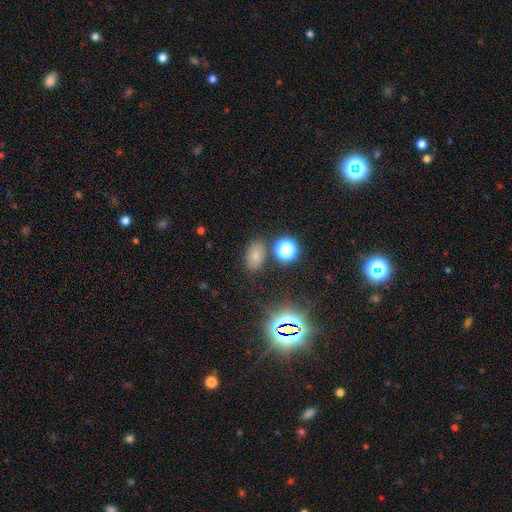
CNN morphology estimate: smooth-or-featured: smooth: 69% | star or artifact: 21% | featured or disk: 9%
  how-rounded: in between: 85% | round: 14% | cigar-shaped: 2%
  merging: none: 79% | minor disturbance: 11% | merger: 6% | major disturbance: 4%